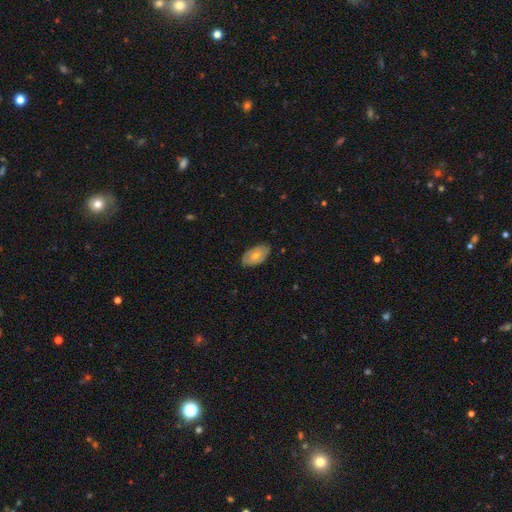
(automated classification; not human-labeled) Smooth or featured?
  - smooth: 55% *
  - featured or disk: 39%
  - star or artifact: 6%
How rounded?
  - in between: 93% *
  - round: 5%
  - cigar-shaped: 2%
Merging?
  - none: 80% *
  - minor disturbance: 16%
  - major disturbance: 3%
  - merger: 1%